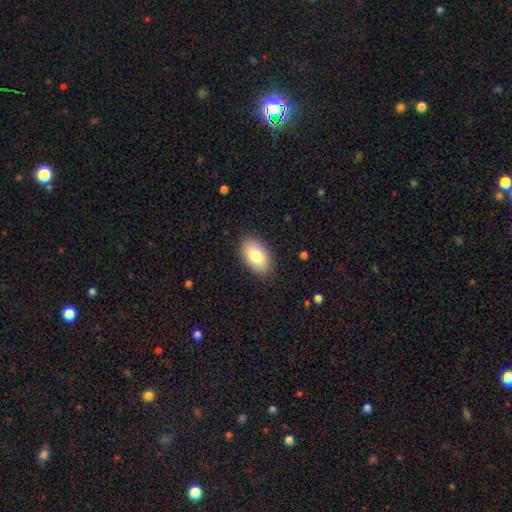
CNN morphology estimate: Smooth or featured?
  - smooth: 83% *
  - featured or disk: 11%
  - star or artifact: 6%
How rounded?
  - in between: 94% *
  - round: 4%
  - cigar-shaped: 2%
Merging?
  - none: 87% *
  - minor disturbance: 10%
  - major disturbance: 2%
  - merger: 1%